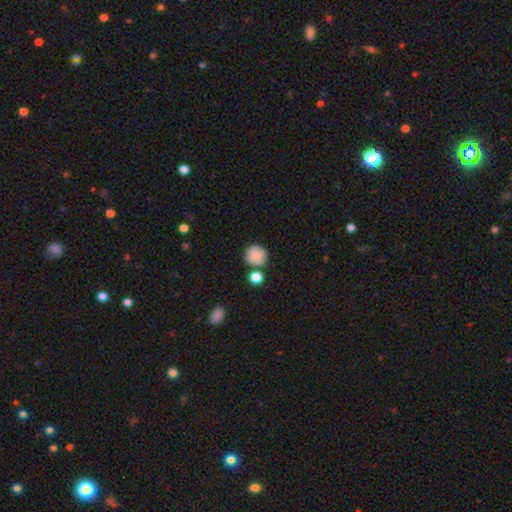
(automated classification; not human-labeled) Morphology: type=smooth (85%); roundness=round (91%); merging=none (72%).